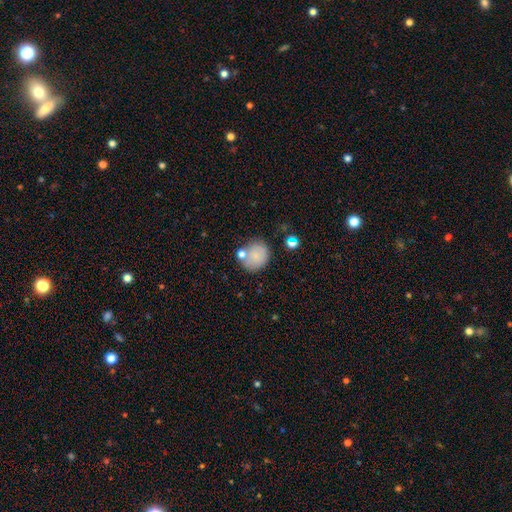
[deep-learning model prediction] Smooth or featured? smooth (78%)
How rounded? round (77%)
Merging? none (64%)